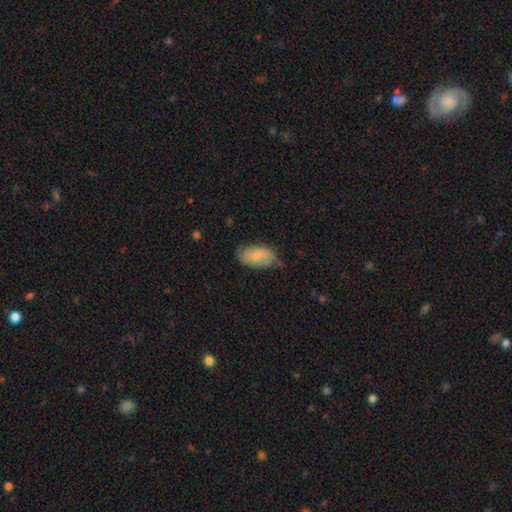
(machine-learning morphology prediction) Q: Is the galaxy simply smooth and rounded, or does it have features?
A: smooth — 64%.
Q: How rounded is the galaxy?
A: in between — 93%.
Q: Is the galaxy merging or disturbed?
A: none — 61%.